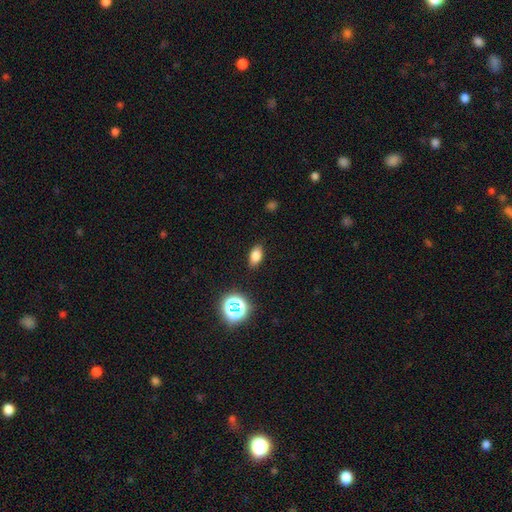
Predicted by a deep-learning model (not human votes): This is likely a smooth galaxy (77%). How rounded: clearly in between (85%). Merging: clearly none (86%).